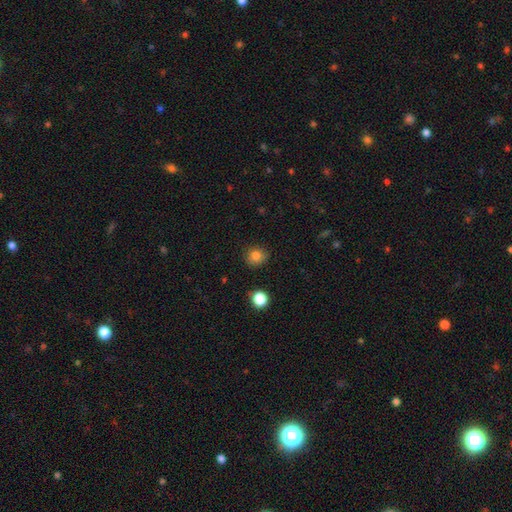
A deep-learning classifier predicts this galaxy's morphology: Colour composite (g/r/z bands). It shows a smooth galaxy with no disk features (82%) that is round (82%). Merging: none (84%).